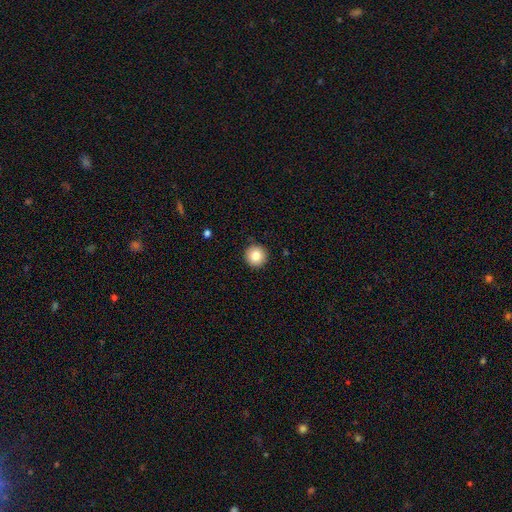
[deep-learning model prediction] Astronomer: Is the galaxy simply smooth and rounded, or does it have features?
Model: smooth — 82%.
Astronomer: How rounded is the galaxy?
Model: round — 96%.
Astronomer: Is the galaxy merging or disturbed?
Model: none — 91%.